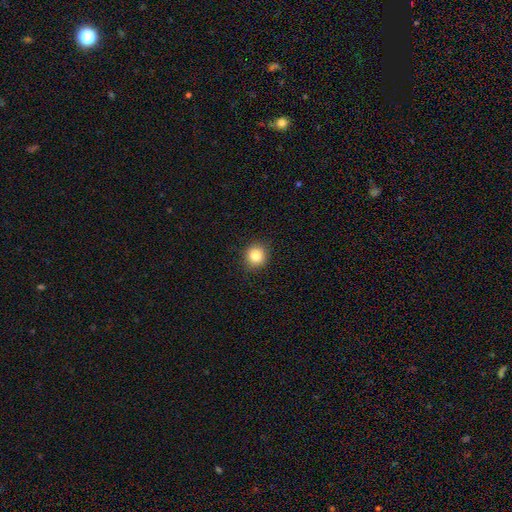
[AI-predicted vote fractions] A smooth galaxy with no disk features (83%) that is round (91%). Merging: none (91%).